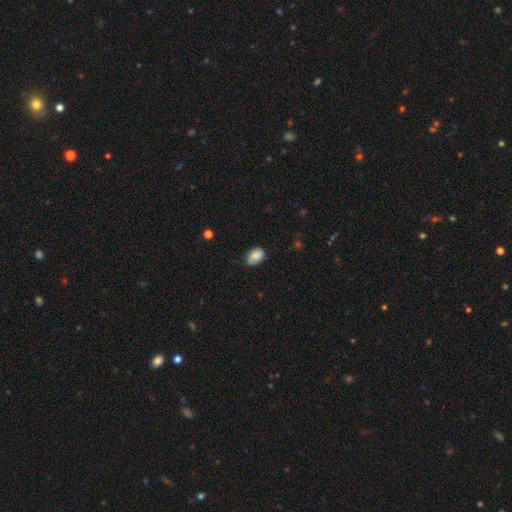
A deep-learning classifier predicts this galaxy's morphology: Smooth or featured: smooth — 81% (featured or disk — 11%)
How rounded: in between — 82% (round — 17%)
Merging: none — 76% (minor disturbance — 19%)